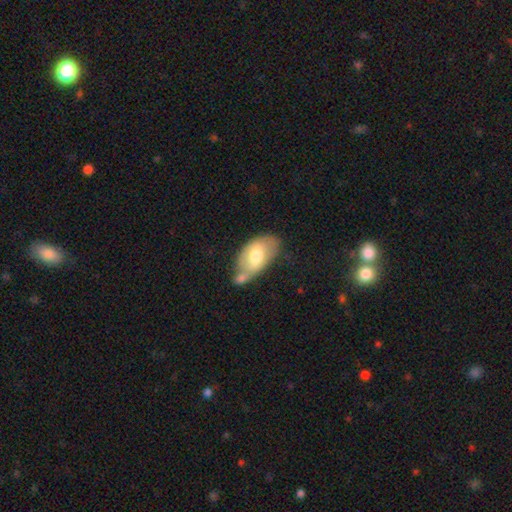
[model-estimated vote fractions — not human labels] smooth-or-featured: smooth: 64% | featured or disk: 31% | star or artifact: 6%
  how-rounded: in between: 93% | round: 4% | cigar-shaped: 2%
  merging: none: 35% | merger: 34% | minor disturbance: 22% | major disturbance: 8%